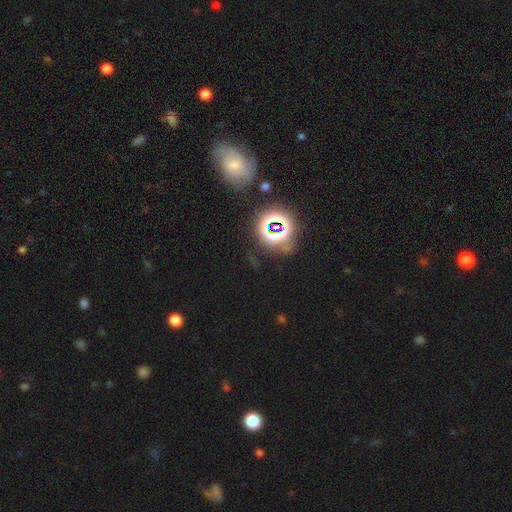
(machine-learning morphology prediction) A star or artifact, not a galaxy (73%).